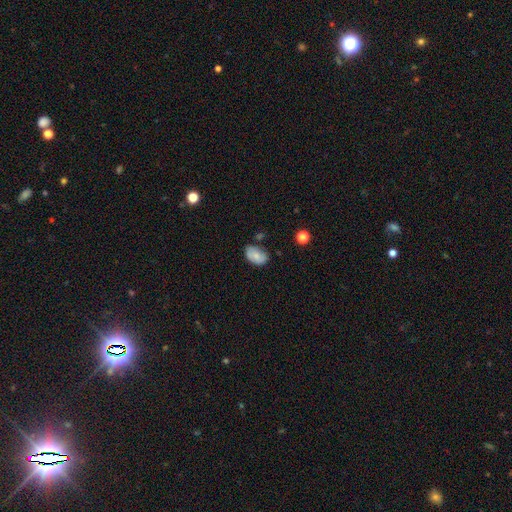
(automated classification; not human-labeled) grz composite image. It shows a smooth galaxy with no disk features (75%) that is in between round and cigar-shaped (88%). Merging: none (61%).